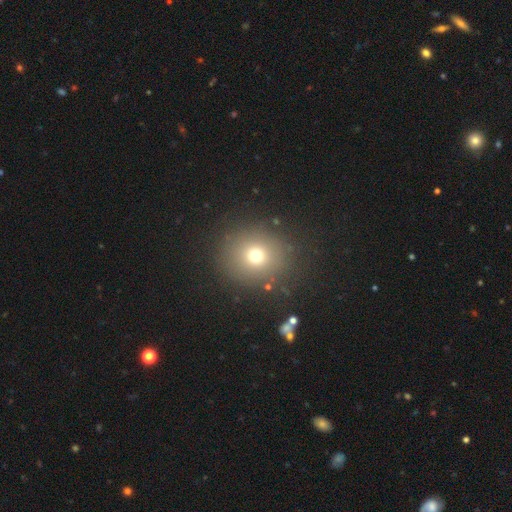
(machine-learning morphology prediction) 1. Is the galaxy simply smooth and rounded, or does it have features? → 70% smooth, 19% star or artifact, 11% featured or disk.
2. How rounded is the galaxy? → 86% round, 13% in between, 1% cigar-shaped.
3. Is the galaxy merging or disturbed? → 86% none, 7% minor disturbance, 4% major disturbance, 2% merger.